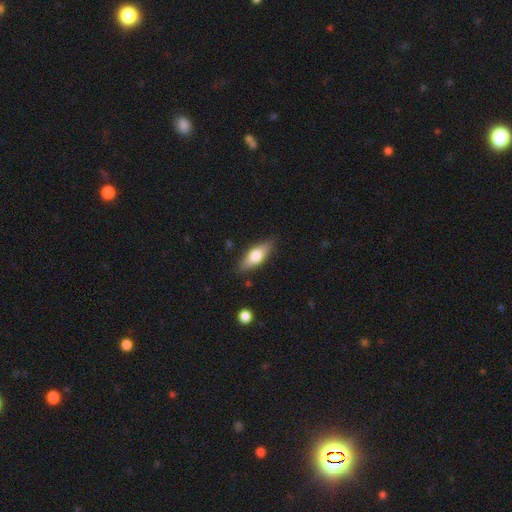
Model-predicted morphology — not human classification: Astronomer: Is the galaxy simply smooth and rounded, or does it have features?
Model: smooth — 62%.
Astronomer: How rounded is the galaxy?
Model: in between — 67%.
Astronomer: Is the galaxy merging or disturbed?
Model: none — 84%.